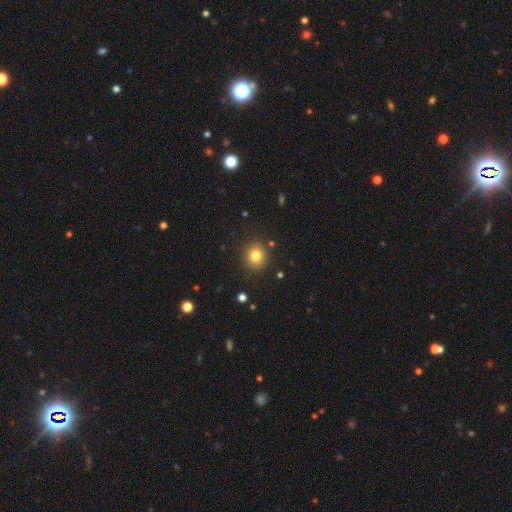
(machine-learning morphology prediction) Smooth or featured: smooth — 80% (star or artifact — 13%)
How rounded: round — 83% (in between — 16%)
Merging: none — 88% (minor disturbance — 8%)